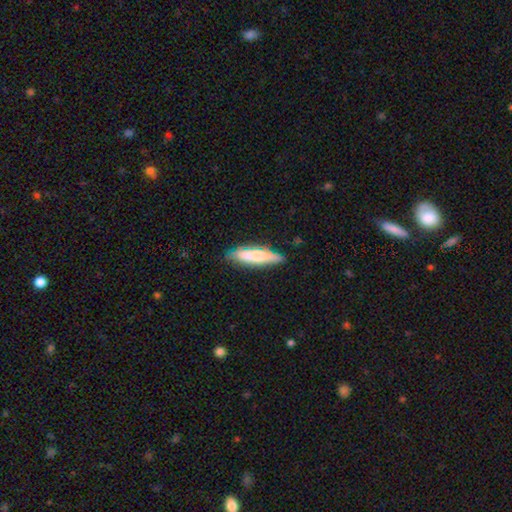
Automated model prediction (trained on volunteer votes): smooth 59%, featured or disk 34%, star or artifact 6%. Down the decision tree: how rounded — cigar-shaped (73%); merging — none (77%).